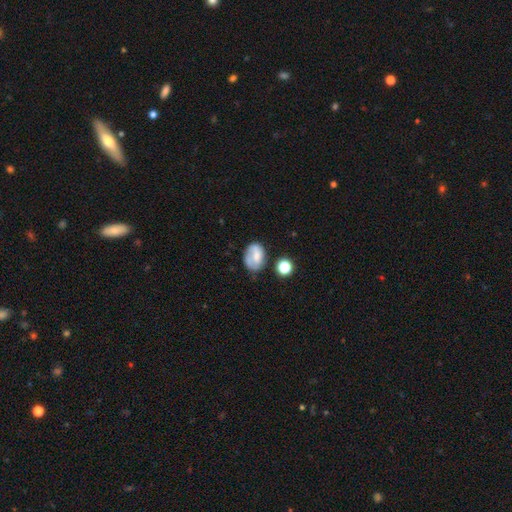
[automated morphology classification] smooth-or-featured: smooth: 57% | featured or disk: 32% | star or artifact: 10%
  how-rounded: in between: 75% | round: 23% | cigar-shaped: 1%
  merging: none: 50% | minor disturbance: 28% | major disturbance: 13% | merger: 9%